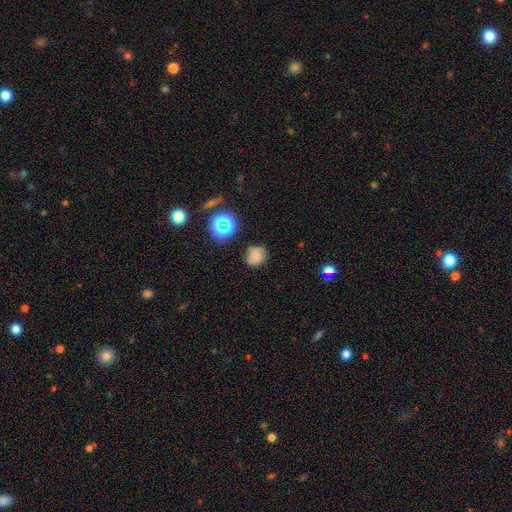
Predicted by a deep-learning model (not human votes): Smooth or featured: smooth — 73% (star or artifact — 17%)
How rounded: round — 72% (in between — 27%)
Merging: none — 73% (minor disturbance — 19%)